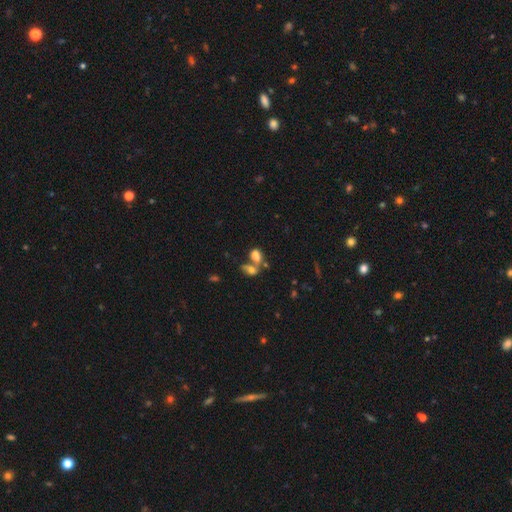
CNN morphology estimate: A smooth galaxy with no disk features (74%) that is in between round and cigar-shaped (79%).

Vote fractions:
- Smooth or featured? smooth: 74% / featured or disk: 14% / star or artifact: 13%
- How rounded? in between: 79% / round: 18% / cigar-shaped: 3%
- Merging? merger: 57% / none: 27% / minor disturbance: 9% / major disturbance: 7%